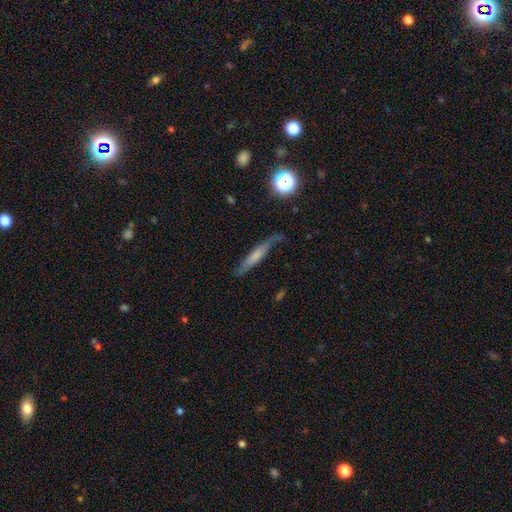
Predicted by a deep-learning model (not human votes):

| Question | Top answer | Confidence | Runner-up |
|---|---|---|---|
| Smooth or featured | smooth | 52% | featured or disk (38%) |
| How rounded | cigar-shaped | 88% | in between (10%) |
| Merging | none | 65% | minor disturbance (24%) |